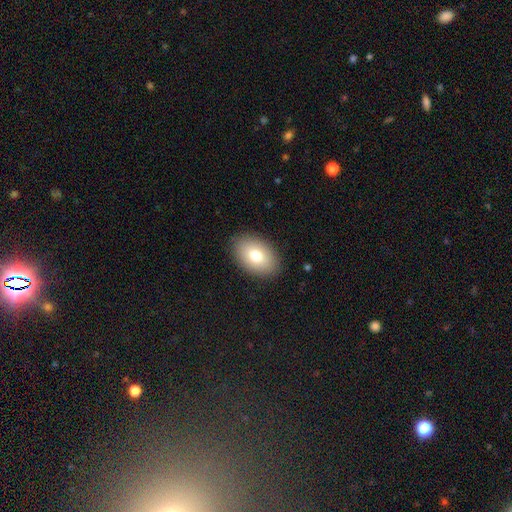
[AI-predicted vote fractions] Overall: smooth (77%). How rounded: in between (88%). Merging: none (88%).